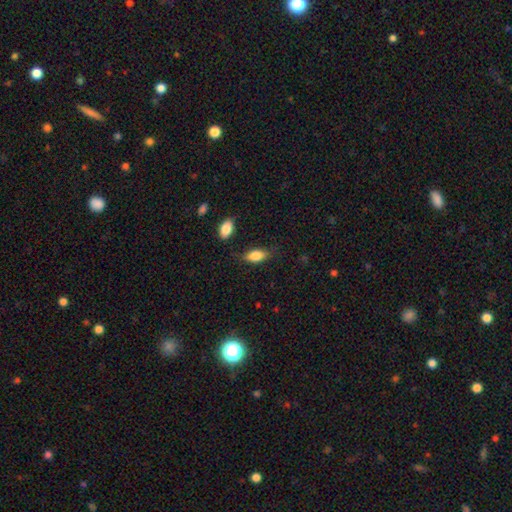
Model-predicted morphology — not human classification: The model was most divided on "merging": none: 73%, minor disturbance: 18%, major disturbance: 5%, merger: 3%. More confident: how rounded — in between (86%); smooth or featured — smooth (82%).